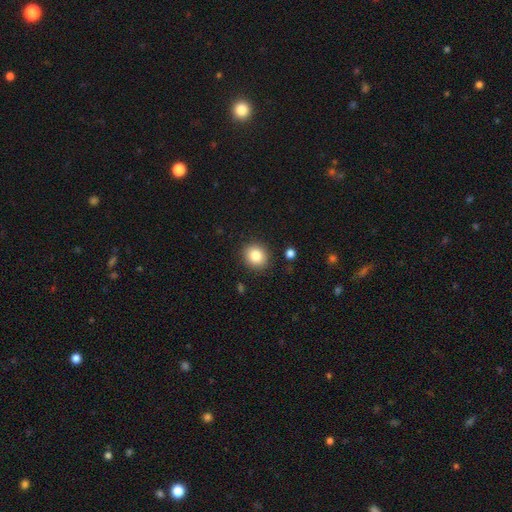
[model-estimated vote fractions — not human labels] A smooth galaxy with no disk features (84%) that is round (81%). Merging: none (89%).